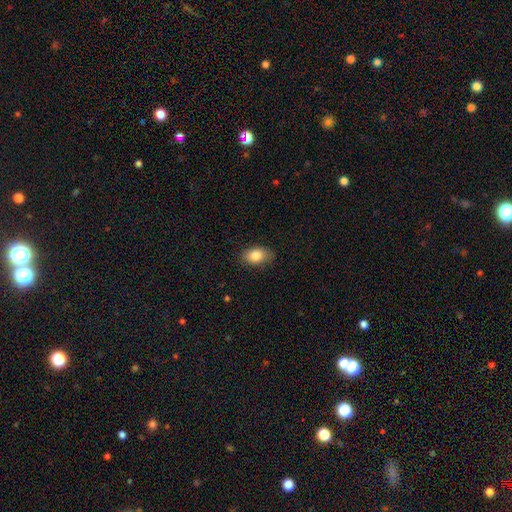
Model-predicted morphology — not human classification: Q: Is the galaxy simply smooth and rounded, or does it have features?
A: smooth — 83%.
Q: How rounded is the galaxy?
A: in between — 88%.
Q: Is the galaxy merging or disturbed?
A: none — 83%.